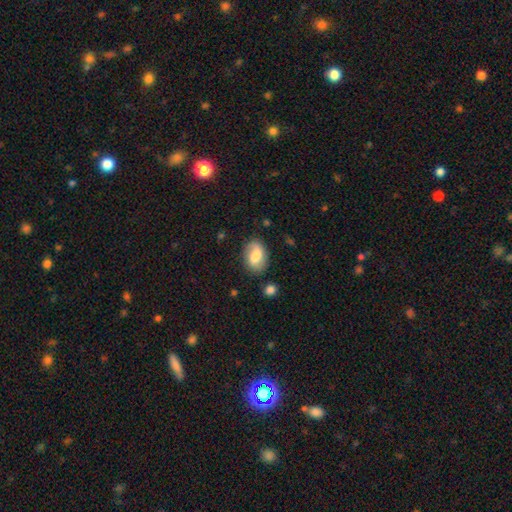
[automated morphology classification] Smooth or featured? Predicted: smooth (p=0.60). How rounded? Predicted: in between (p=0.83). Merging? Predicted: none (p=0.75).